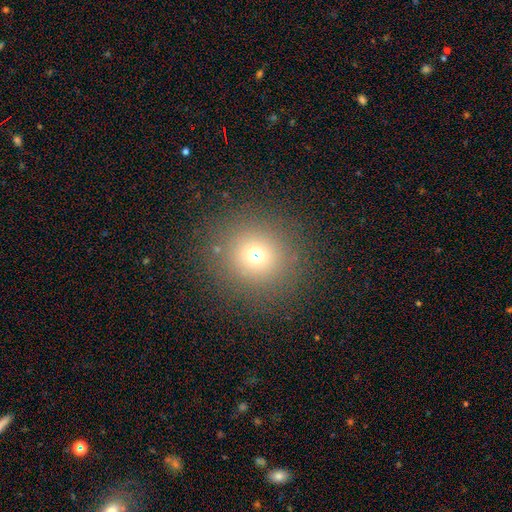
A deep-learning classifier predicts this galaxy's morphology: The model was most divided on "smooth or featured": smooth: 65%, star or artifact: 23%, featured or disk: 12%. More confident: how rounded — round (92%); merging — none (80%).